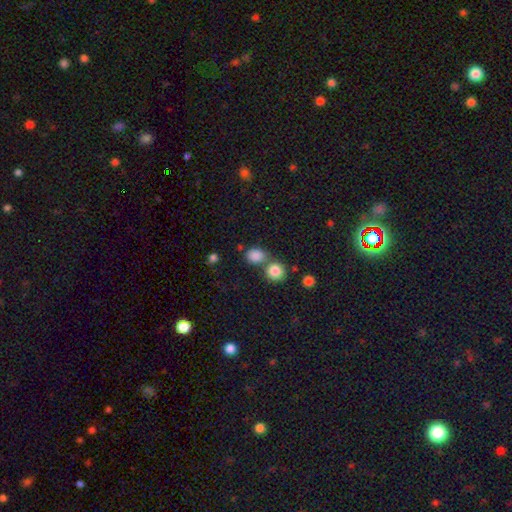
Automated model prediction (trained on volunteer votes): A smooth galaxy with no disk features (85%) that is round (61%).

Vote fractions:
- Smooth or featured? smooth: 85% / star or artifact: 10% / featured or disk: 5%
- How rounded? round: 61% / in between: 37% / cigar-shaped: 1%
- Merging? none: 52% / merger: 35% / minor disturbance: 10% / major disturbance: 4%